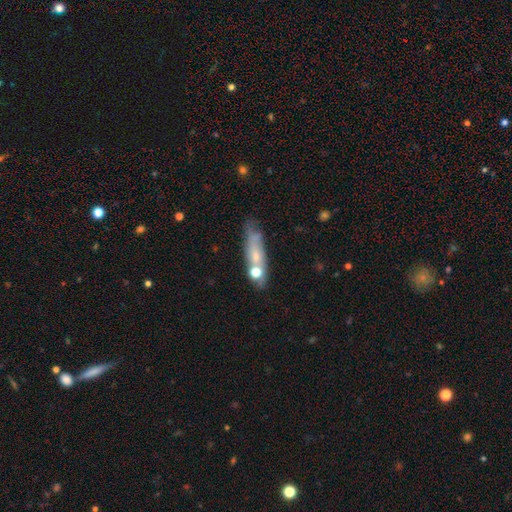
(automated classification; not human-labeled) A smooth galaxy with no disk features (56%) that is cigar-shaped (61%).

Vote fractions:
- Smooth or featured? smooth: 56% / featured or disk: 34% / star or artifact: 10%
- How rounded? cigar-shaped: 61% / in between: 33% / round: 6%
- Merging? none: 49% / minor disturbance: 23% / merger: 16% / major disturbance: 11%